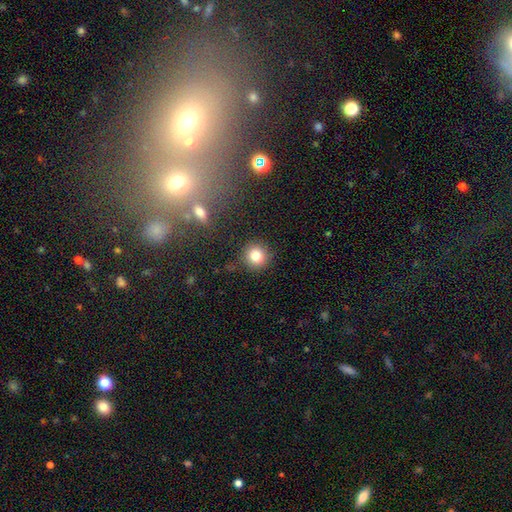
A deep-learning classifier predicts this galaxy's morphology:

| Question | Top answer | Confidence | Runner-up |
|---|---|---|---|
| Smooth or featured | smooth | 81% | star or artifact (11%) |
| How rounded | round | 92% | in between (7%) |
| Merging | none | 88% | minor disturbance (7%) |